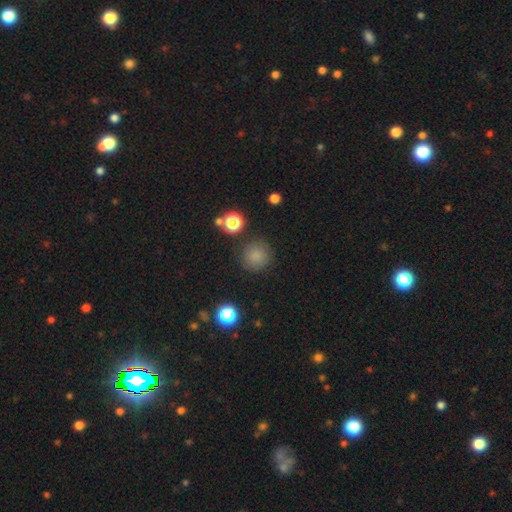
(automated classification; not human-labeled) Smooth or featured? Predicted: smooth (p=0.80). How rounded? Predicted: round (p=0.93). Merging? Predicted: none (p=0.84).